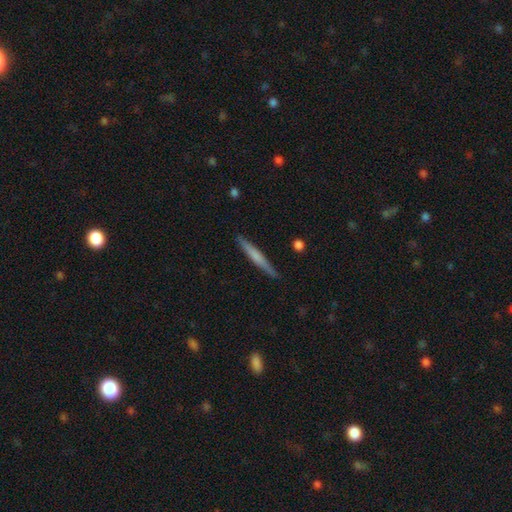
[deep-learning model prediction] smooth-or-featured: smooth: 55% | featured or disk: 40% | star or artifact: 6%
  how-rounded: cigar-shaped: 96% | in between: 3% | round: 1%
  merging: none: 89% | minor disturbance: 8% | major disturbance: 2% | merger: 1%